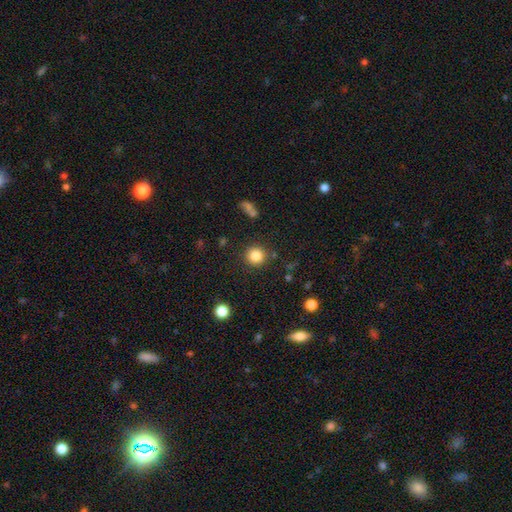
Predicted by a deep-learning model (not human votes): smooth_or_featured: smooth (p=0.84) [alt: star or artifact p=0.11]
how_rounded: round (p=0.93) [alt: in between p=0.06]
merging: none (p=0.88) [alt: minor disturbance p=0.07]